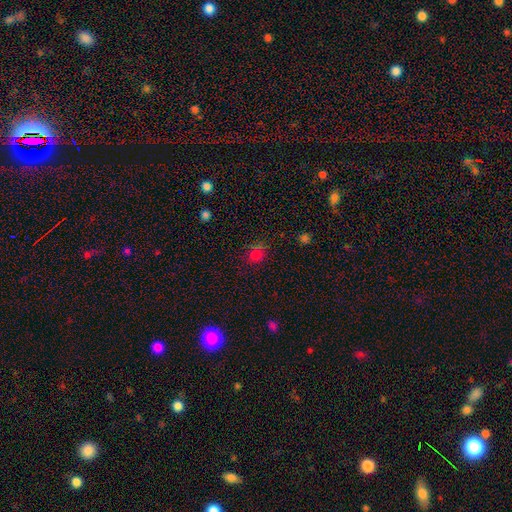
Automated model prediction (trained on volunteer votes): This appears to be a smooth galaxy with no disk features (65%) that is round (69%). Merging: none (73%).